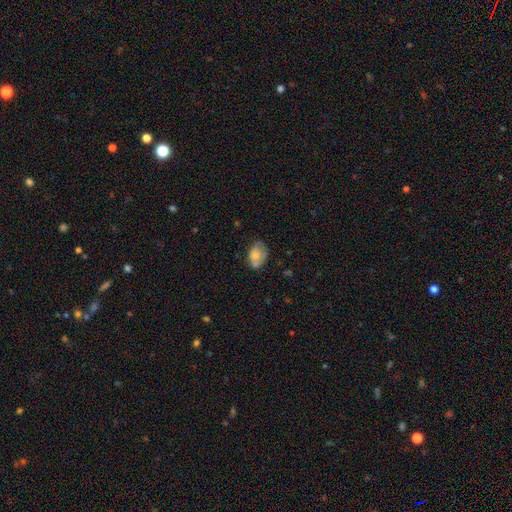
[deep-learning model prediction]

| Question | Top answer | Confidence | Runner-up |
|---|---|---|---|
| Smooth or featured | smooth | 70% | featured or disk (22%) |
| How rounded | in between | 78% | round (21%) |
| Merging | none | 48% | minor disturbance (29%) |